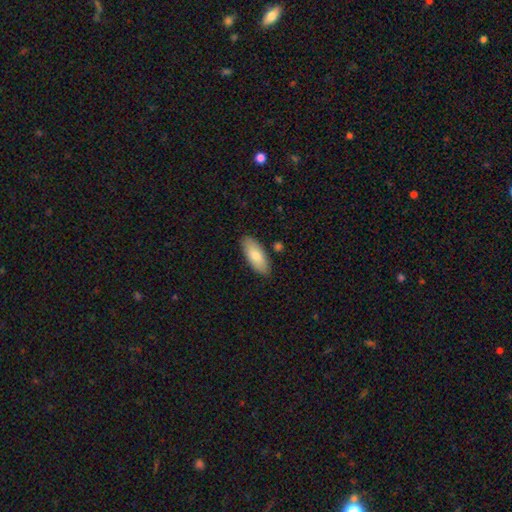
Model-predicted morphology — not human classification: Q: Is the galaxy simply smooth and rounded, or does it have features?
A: smooth — 82%.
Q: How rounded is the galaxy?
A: in between — 81%.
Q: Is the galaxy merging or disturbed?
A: none — 84%.